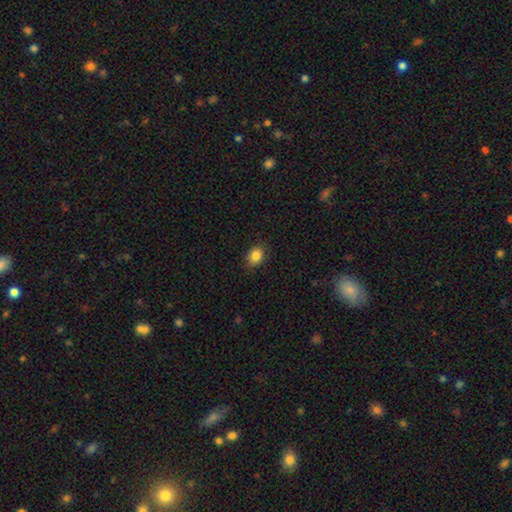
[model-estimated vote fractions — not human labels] This is clearly a smooth galaxy (85%). How rounded: possibly round (50%). Merging: clearly none (84%).